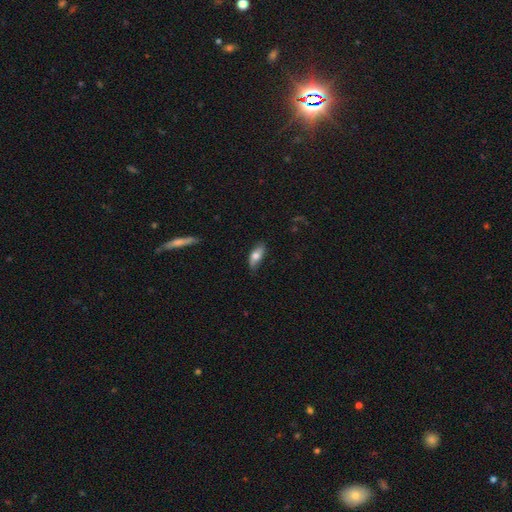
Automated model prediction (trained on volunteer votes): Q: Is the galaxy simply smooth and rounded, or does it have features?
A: smooth — 69%.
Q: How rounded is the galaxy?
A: in between — 80%.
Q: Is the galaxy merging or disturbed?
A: none — 73%.